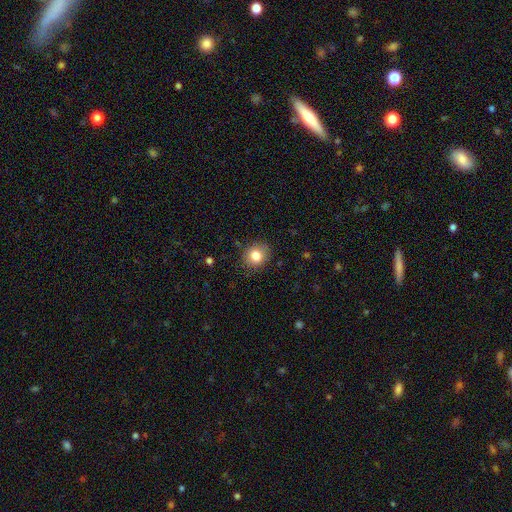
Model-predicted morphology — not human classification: This appears to be a smooth galaxy with no disk features (82%) that is round (69%). Merging: none (83%).